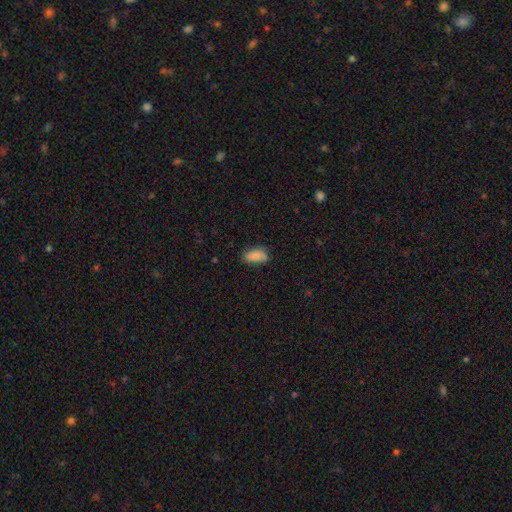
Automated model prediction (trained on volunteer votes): This appears to be a smooth galaxy with no disk features (83%) that is in between round and cigar-shaped (91%). Merging: none (73%).